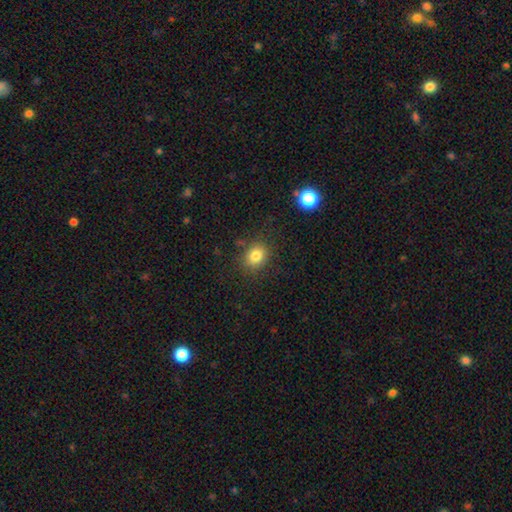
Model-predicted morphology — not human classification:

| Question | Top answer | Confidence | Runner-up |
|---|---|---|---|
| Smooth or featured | smooth | 81% | star or artifact (12%) |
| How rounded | round | 62% | in between (37%) |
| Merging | none | 82% | minor disturbance (12%) |